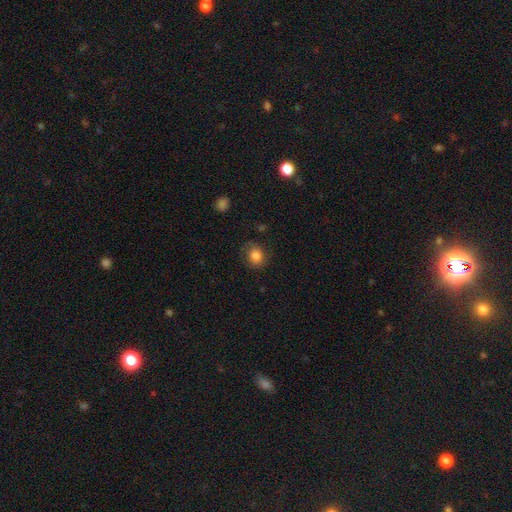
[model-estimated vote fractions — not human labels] Smooth or featured? Predicted: smooth (p=0.74). How rounded? Predicted: round (p=0.69). Merging? Predicted: none (p=0.70).